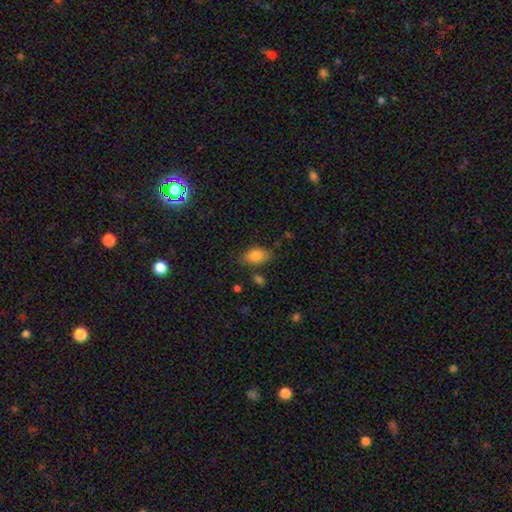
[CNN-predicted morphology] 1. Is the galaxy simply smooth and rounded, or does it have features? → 82% smooth, 10% featured or disk, 8% star or artifact.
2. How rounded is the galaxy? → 89% in between, 7% round, 4% cigar-shaped.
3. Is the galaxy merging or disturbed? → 74% none, 18% minor disturbance, 4% merger, 4% major disturbance.